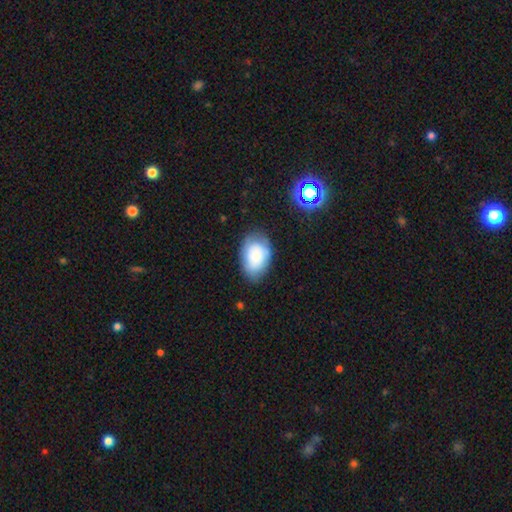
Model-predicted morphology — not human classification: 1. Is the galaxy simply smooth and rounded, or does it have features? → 74% smooth, 17% featured or disk, 8% star or artifact.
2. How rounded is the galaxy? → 85% in between, 14% round, 1% cigar-shaped.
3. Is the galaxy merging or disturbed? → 71% none, 21% minor disturbance, 6% major disturbance, 2% merger.